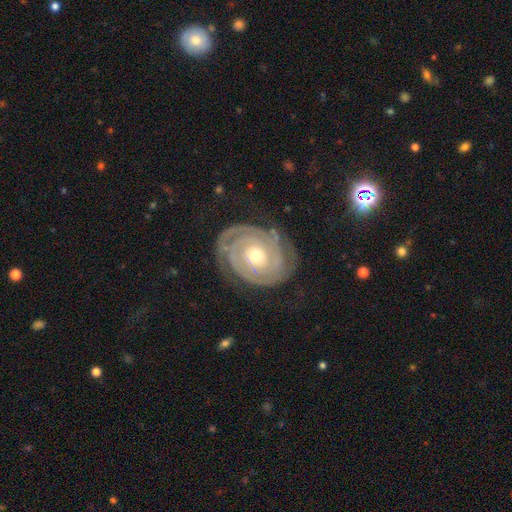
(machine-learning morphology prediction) Smooth or featured? featured or disk (90%)
Edge-on disk? no (97%)
Bar? no (79%)
Spiral arms? yes (97%)
Spiral winding? tight (86%)
Spiral arm count? 2 (61%)
Bulge size? moderate (59%)
Merging? none (79%)